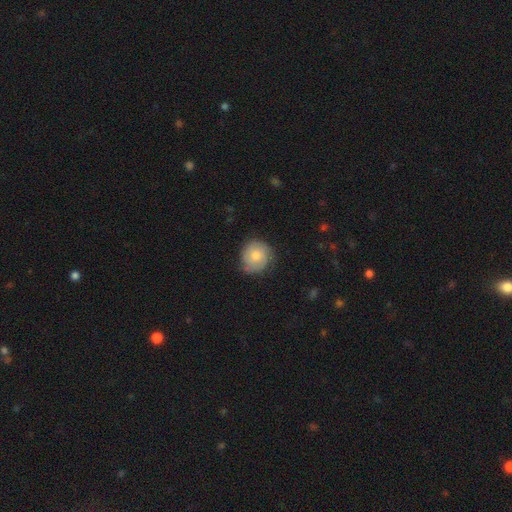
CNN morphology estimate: This is possibly a smooth galaxy (51%). How rounded: clearly round (87%). Merging: likely none (72%).